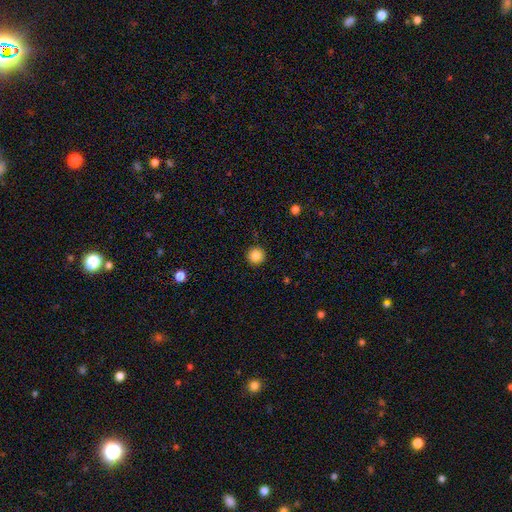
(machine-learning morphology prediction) A smooth galaxy with no disk features (85%) that is round (95%).

Vote fractions:
- Smooth or featured? smooth: 85% / star or artifact: 10% / featured or disk: 4%
- How rounded? round: 95% / in between: 4% / cigar-shaped: 1%
- Merging? none: 91% / minor disturbance: 6% / major disturbance: 2% / merger: 1%